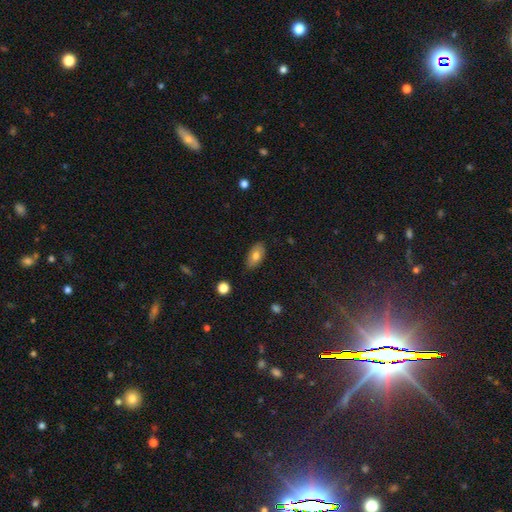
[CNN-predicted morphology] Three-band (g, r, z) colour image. It shows a smooth galaxy with no disk features (75%) that is in between round and cigar-shaped (92%). Merging: none (85%).